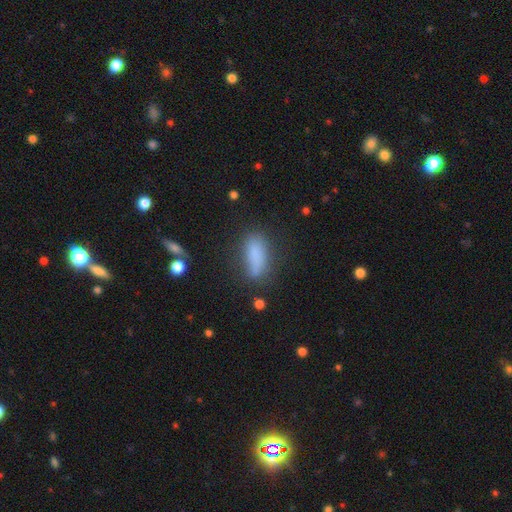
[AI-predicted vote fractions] Q: Smooth or featured?
A: smooth (79%); runner-up: featured or disk (11%)
Q: How rounded?
A: in between (65%); runner-up: cigar-shaped (32%)
Q: Merging?
A: none (62%); runner-up: minor disturbance (23%)